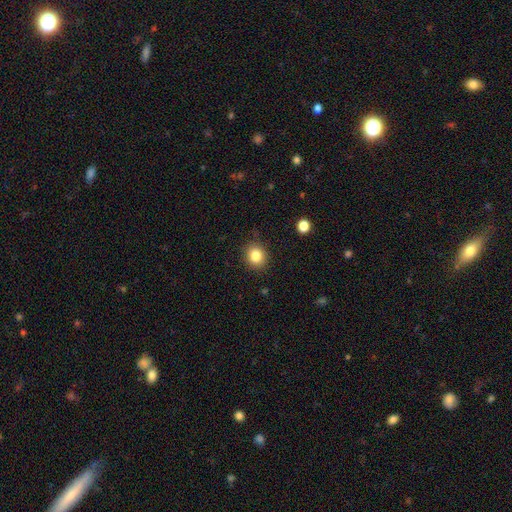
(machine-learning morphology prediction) This is clearly a smooth galaxy (84%). How rounded: likely round (75%). Merging: clearly none (88%).